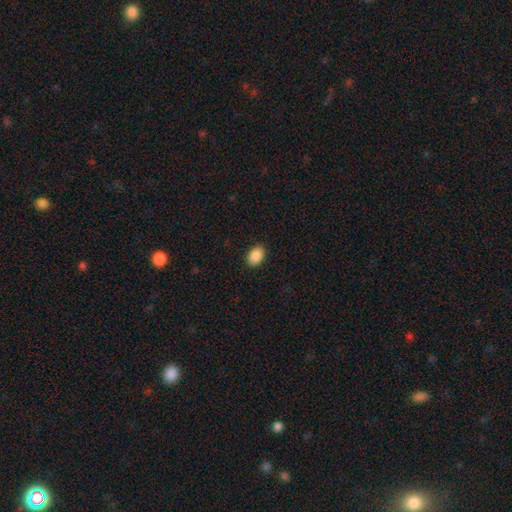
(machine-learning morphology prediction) This appears to be a smooth galaxy with no disk features (89%) that is in between round and cigar-shaped (83%). Merging: none (89%).